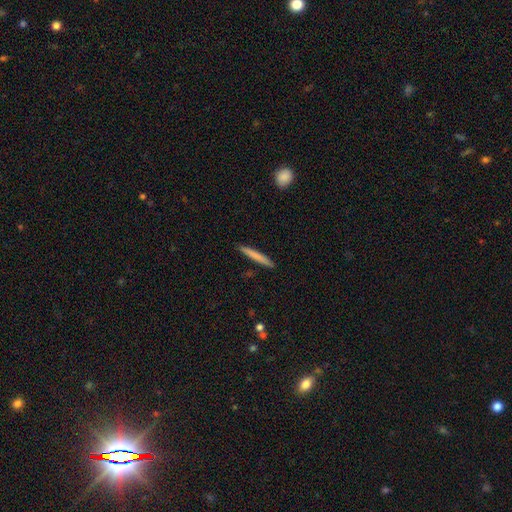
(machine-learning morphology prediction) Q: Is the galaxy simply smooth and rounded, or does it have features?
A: smooth — 75%.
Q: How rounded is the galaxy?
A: cigar-shaped — 96%.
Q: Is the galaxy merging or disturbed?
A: none — 91%.